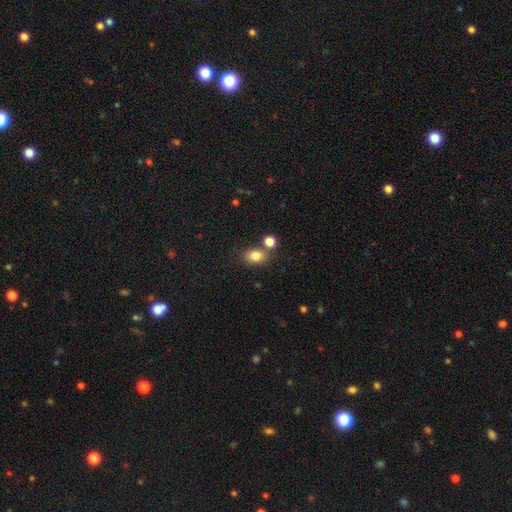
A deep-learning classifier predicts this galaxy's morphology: smooth 82%, star or artifact 11%, featured or disk 8%. Down the decision tree: how rounded — in between (68%); merging — none (64%).